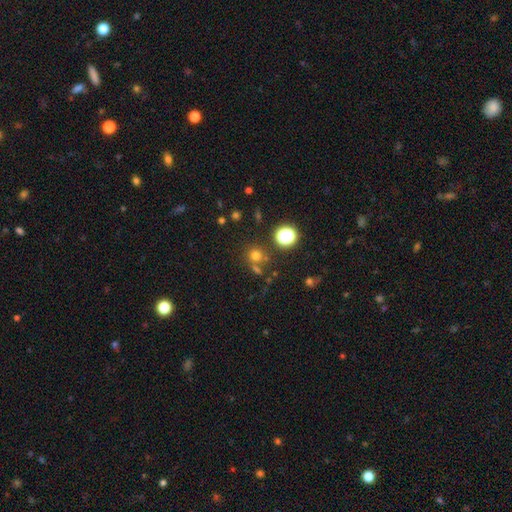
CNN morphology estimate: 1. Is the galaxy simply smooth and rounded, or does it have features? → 67% smooth, 25% star or artifact, 8% featured or disk.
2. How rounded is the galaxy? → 90% round, 9% in between, 1% cigar-shaped.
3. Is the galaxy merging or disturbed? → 69% none, 17% merger, 10% minor disturbance, 5% major disturbance.